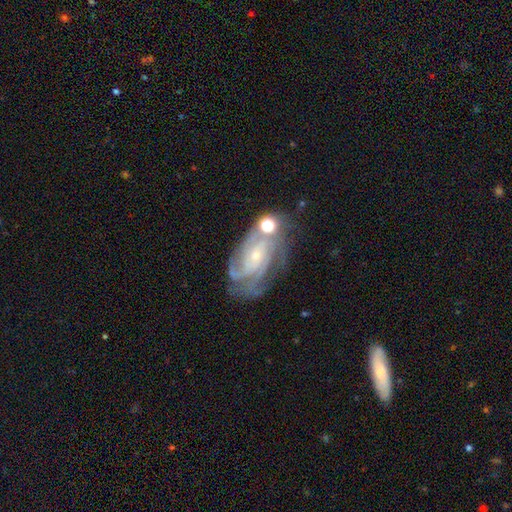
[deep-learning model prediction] A featured or disk galaxy (85%) with no bar (65%), 3 (27%) tight (58%) spiral arms (96%) and a small central bulge (76%). Merging: none (57%).